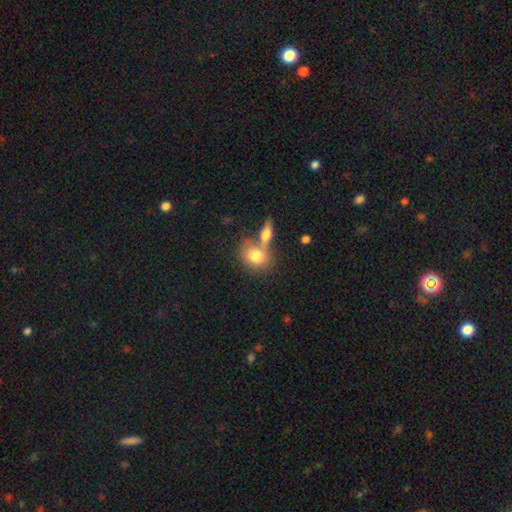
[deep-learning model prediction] Q: Smooth or featured?
A: smooth (75%); runner-up: featured or disk (18%)
Q: How rounded?
A: in between (54%); runner-up: round (44%)
Q: Merging?
A: merger (47%); runner-up: none (39%)